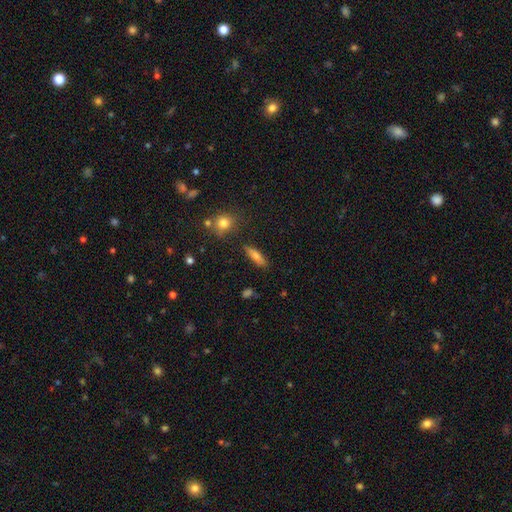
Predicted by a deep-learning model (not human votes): smooth_or_featured: smooth (p=0.63) [alt: featured or disk p=0.27]
how_rounded: cigar-shaped (p=0.58) [alt: in between p=0.37]
merging: none (p=0.85) [alt: minor disturbance p=0.10]